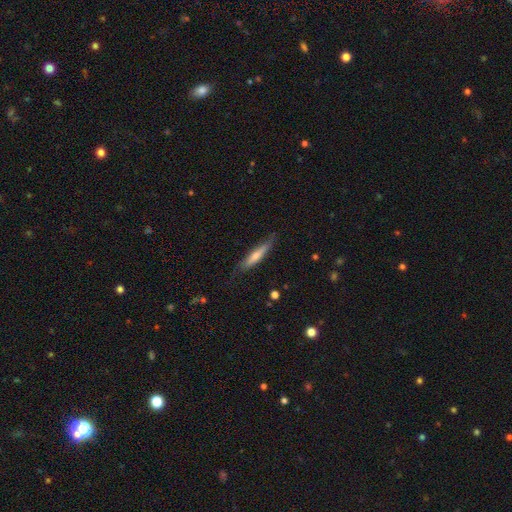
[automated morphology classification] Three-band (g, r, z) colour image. It shows a smooth galaxy with no disk features (48%). Merging: none (80%).